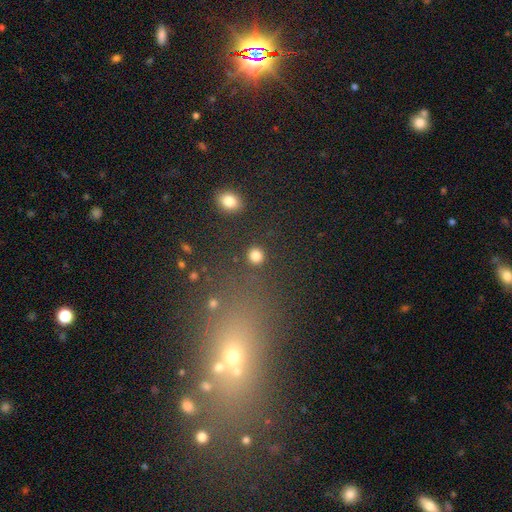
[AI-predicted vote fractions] Overall: smooth (84%). How rounded: round (90%). Merging: none (89%).